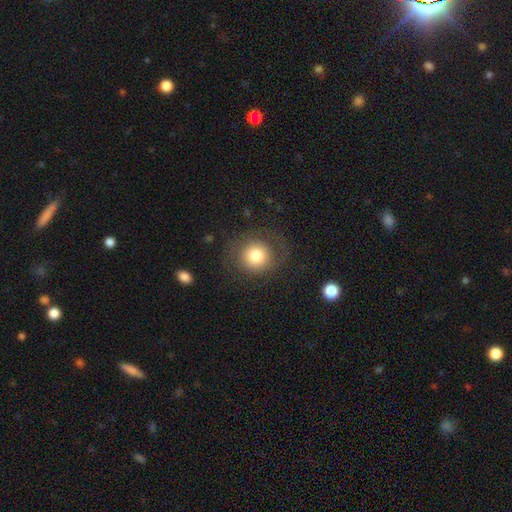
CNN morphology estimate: Smooth or featured? Predicted: smooth (p=0.73). How rounded? Predicted: round (p=0.88). Merging? Predicted: none (p=0.72).